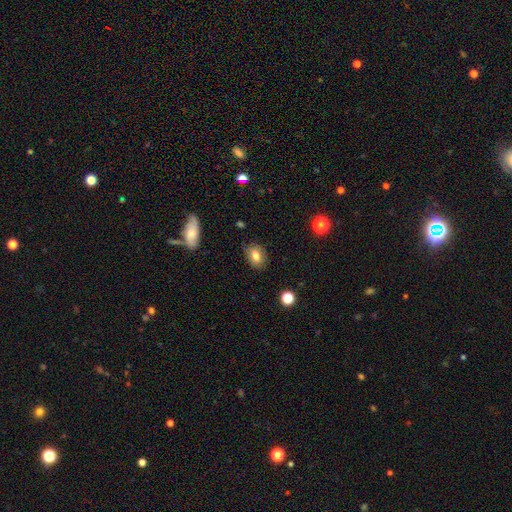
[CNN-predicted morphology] Smooth or featured?
  - smooth: 78% *
  - featured or disk: 13%
  - star or artifact: 9%
How rounded?
  - in between: 75% *
  - round: 24%
  - cigar-shaped: 2%
Merging?
  - none: 81% *
  - minor disturbance: 15%
  - major disturbance: 3%
  - merger: 1%